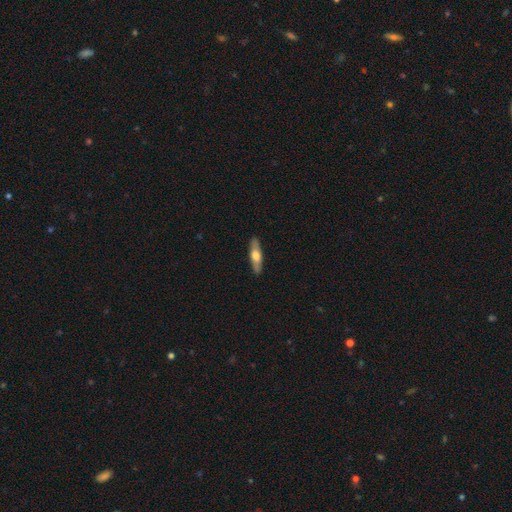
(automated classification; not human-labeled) This is possibly a smooth galaxy (51%). How rounded: likely cigar-shaped (66%). Merging: clearly none (89%).